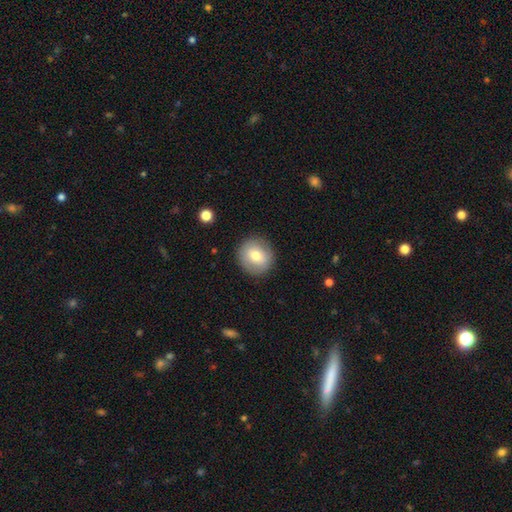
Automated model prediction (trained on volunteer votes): This is likely a smooth galaxy (72%). How rounded: clearly round (91%). Merging: clearly none (89%).